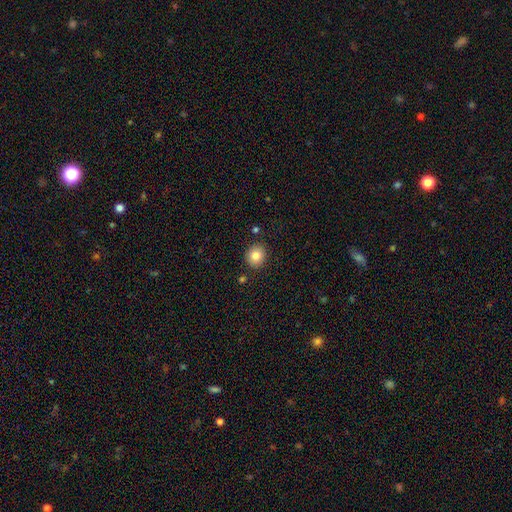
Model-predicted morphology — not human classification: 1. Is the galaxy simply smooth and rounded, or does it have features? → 83% smooth, 10% star or artifact, 7% featured or disk.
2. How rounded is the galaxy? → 79% round, 20% in between, 1% cigar-shaped.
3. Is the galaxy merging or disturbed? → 88% none, 7% minor disturbance, 3% merger, 2% major disturbance.